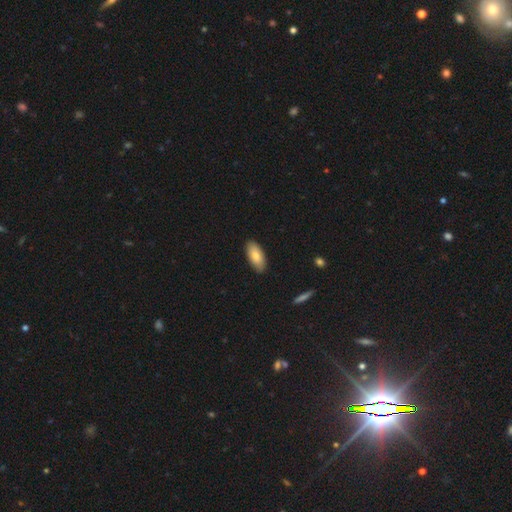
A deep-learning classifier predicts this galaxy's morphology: Smooth or featured? Predicted: smooth (p=0.80). How rounded? Predicted: in between (p=0.90). Merging? Predicted: none (p=0.86).